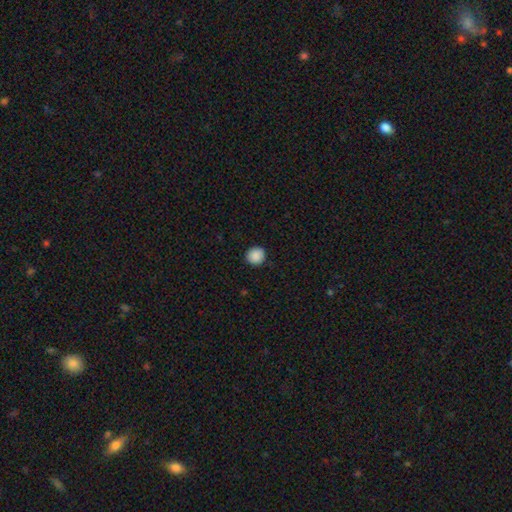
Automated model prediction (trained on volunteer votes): Smooth or featured? smooth (89%)
How rounded? round (93%)
Merging? none (91%)